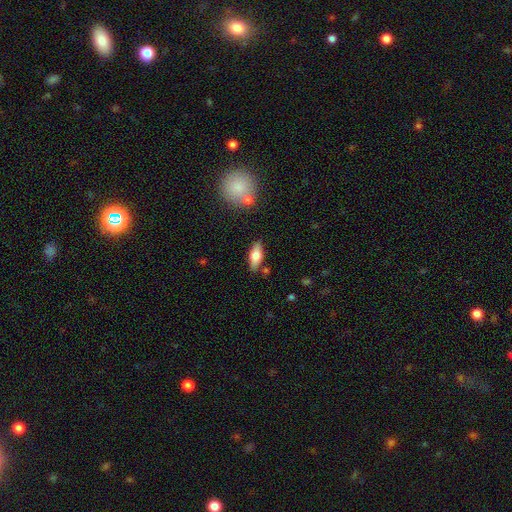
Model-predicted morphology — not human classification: Smooth or featured: smooth — 69% (featured or disk — 24%)
How rounded: in between — 75% (cigar-shaped — 22%)
Merging: none — 82% (minor disturbance — 12%)